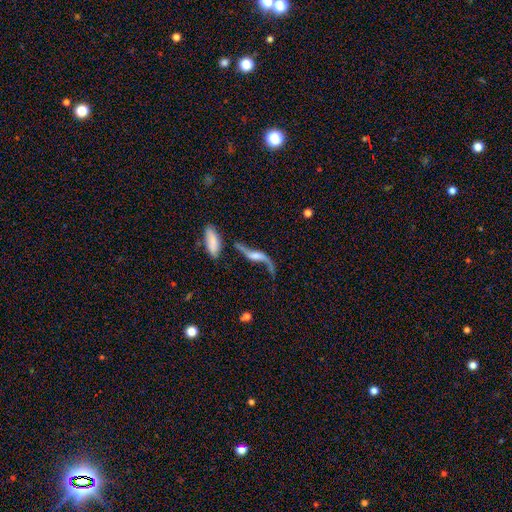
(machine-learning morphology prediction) type=featured or disk (81%); edge-on=no (81%); bar=no (41%); spiral arms=yes (90%); winding=loose (95%); arm count=2 (87%); bulge=none (30%); merging=none (43%).